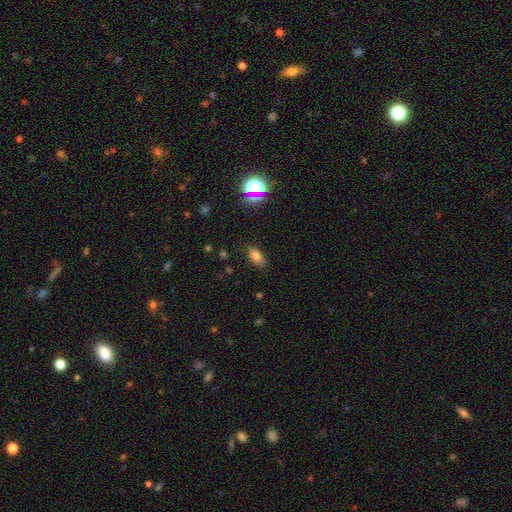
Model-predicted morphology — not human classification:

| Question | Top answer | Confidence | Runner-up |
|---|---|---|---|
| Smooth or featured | smooth | 76% | star or artifact (15%) |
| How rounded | in between | 87% | round (8%) |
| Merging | none | 84% | minor disturbance (12%) |